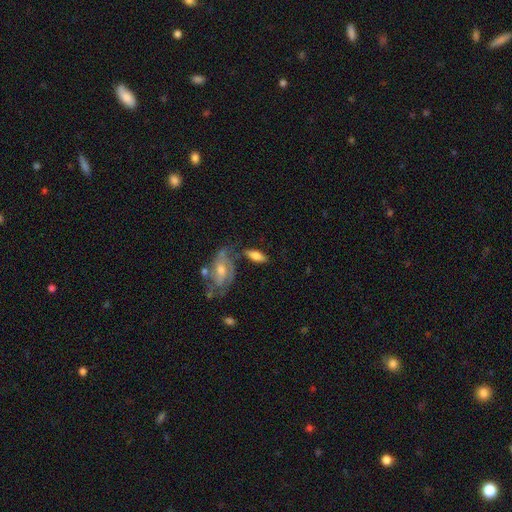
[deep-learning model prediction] A smooth galaxy with no disk features (66%) that is in between round and cigar-shaped (70%). Merging: none (60%).